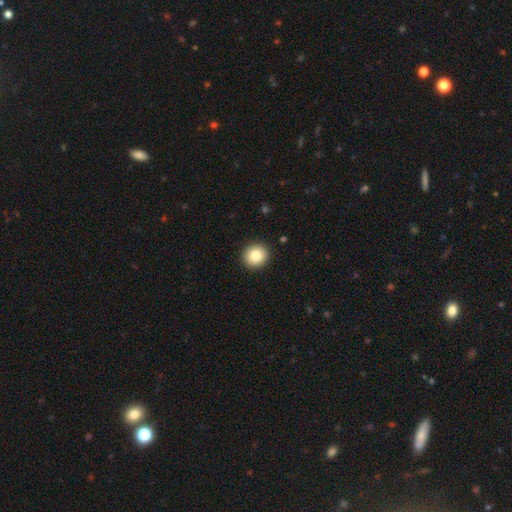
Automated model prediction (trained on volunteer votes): Smooth or featured? smooth (83%)
How rounded? round (89%)
Merging? none (92%)